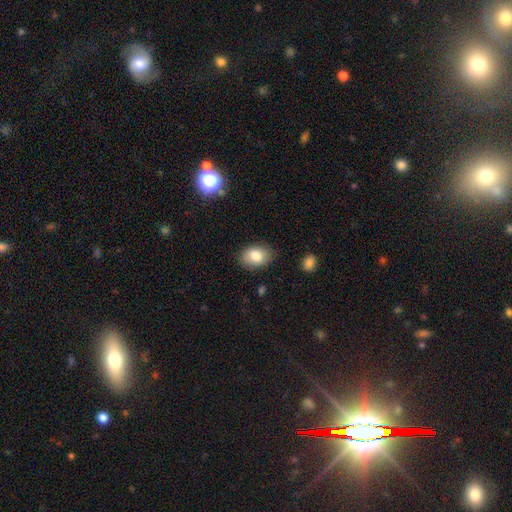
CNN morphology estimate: This appears to be a smooth galaxy with no disk features (82%) that is in between round and cigar-shaped (78%). Merging: none (84%).